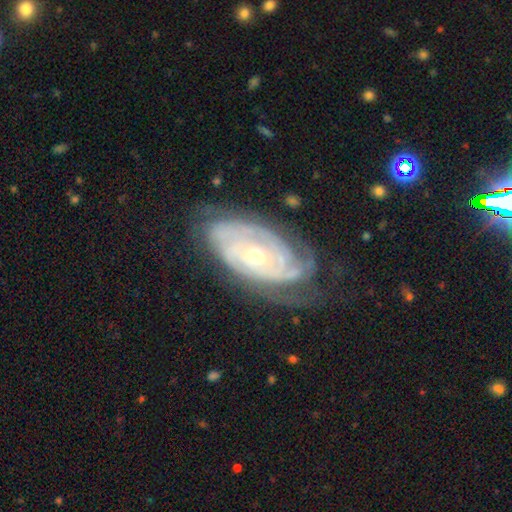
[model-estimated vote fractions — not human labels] Smooth or featured? Predicted: featured or disk (p=0.86). Edge-on disk? Predicted: no (p=0.94). Bar? Predicted: no (p=0.74). Spiral arms? Predicted: yes (p=0.94). Spiral winding? Predicted: tight (p=0.74). Spiral arm count? Predicted: can't tell (p=0.38). Bulge size? Predicted: small (p=0.51). Merging? Predicted: none (p=0.64).